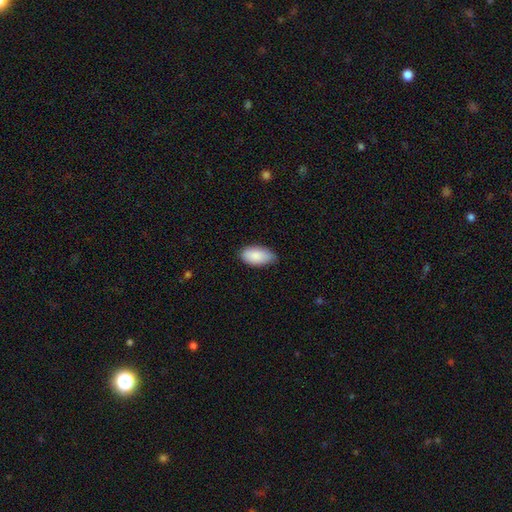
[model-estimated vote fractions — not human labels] A smooth galaxy with no disk features (88%) that is in between round and cigar-shaped (94%).

Vote fractions:
- Smooth or featured? smooth: 88% / star or artifact: 6% / featured or disk: 6%
- How rounded? in between: 94% / cigar-shaped: 3% / round: 3%
- Merging? none: 68% / minor disturbance: 27% / major disturbance: 3% / merger: 1%